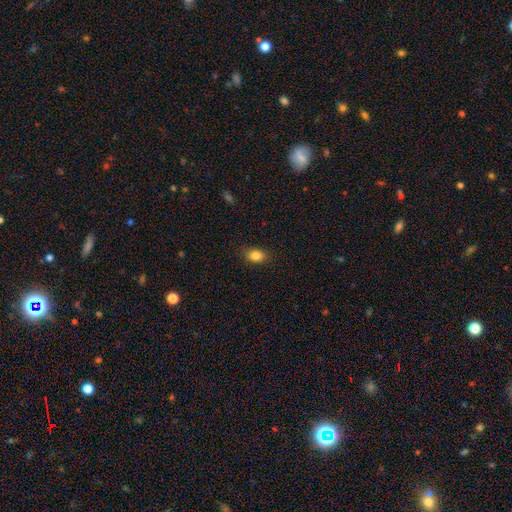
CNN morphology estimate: A smooth galaxy with no disk features (84%) that is in between round and cigar-shaped (78%). Merging: none (86%).